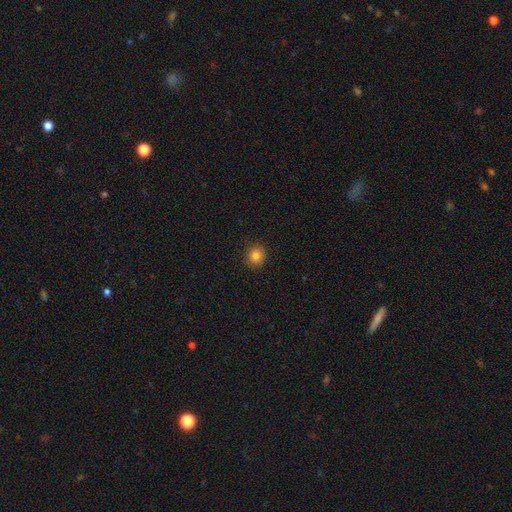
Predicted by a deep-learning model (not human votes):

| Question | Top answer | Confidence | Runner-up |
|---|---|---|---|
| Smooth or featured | smooth | 83% | star or artifact (11%) |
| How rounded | round | 84% | in between (15%) |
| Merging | none | 91% | minor disturbance (6%) |